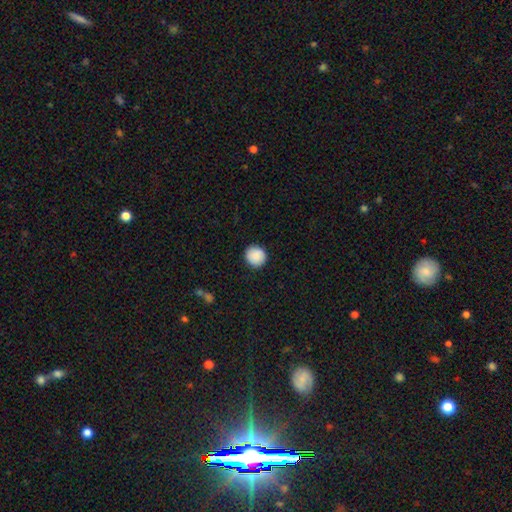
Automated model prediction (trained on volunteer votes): A smooth galaxy with no disk features (89%) that is round (93%). Merging: none (91%).